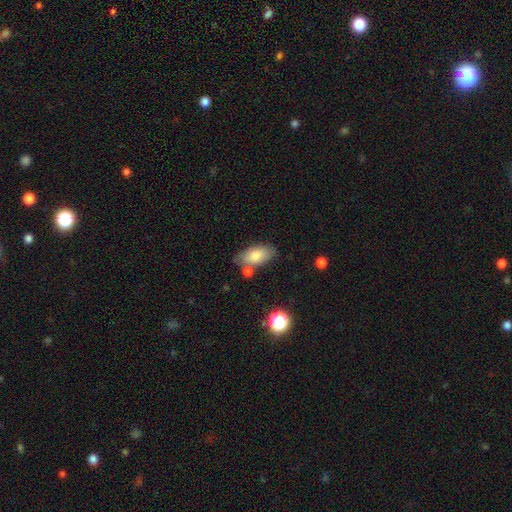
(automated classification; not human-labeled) This is likely a smooth galaxy (80%). How rounded: clearly in between (91%). Merging: likely none (69%).